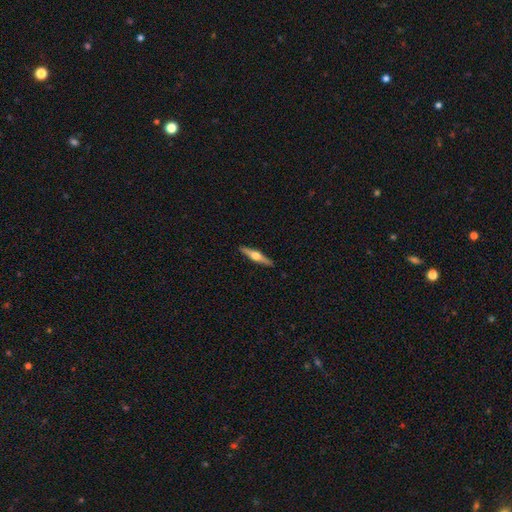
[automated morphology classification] A featured or disk galaxy (71%) viewed edge-on (98%) with a rounded central bulge (95%). Merging: none (91%).